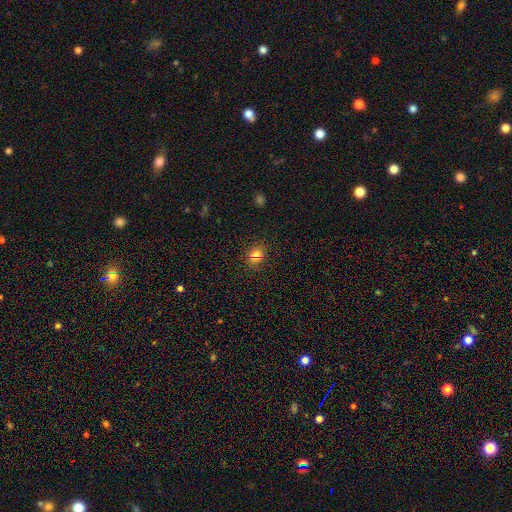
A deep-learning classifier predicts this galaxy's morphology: type=smooth (68%); roundness=round (70%); merging=none (84%).